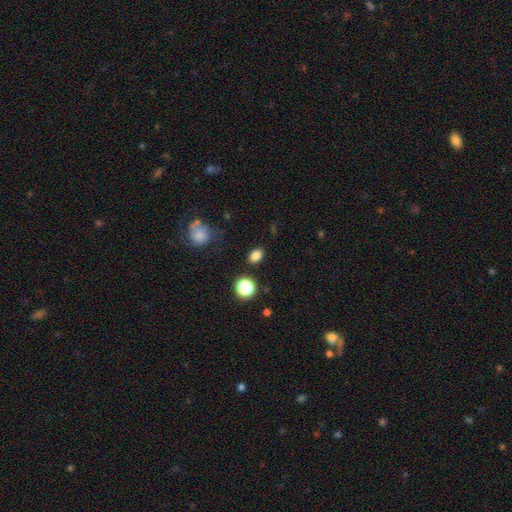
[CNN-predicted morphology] This appears to be a smooth galaxy with no disk features (82%) that is in between round and cigar-shaped (75%). Merging: none (84%).